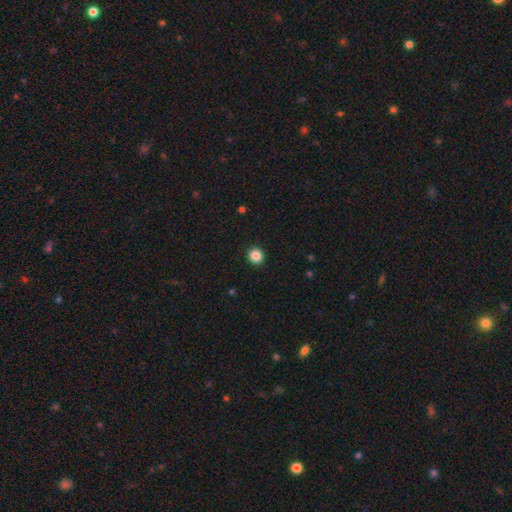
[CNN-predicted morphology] A smooth galaxy with no disk features (87%) that is round (92%).

Vote fractions:
- Smooth or featured? smooth: 87% / star or artifact: 10% / featured or disk: 3%
- How rounded? round: 92% / in between: 7% / cigar-shaped: 1%
- Merging? none: 93% / minor disturbance: 4% / major disturbance: 2% / merger: 1%